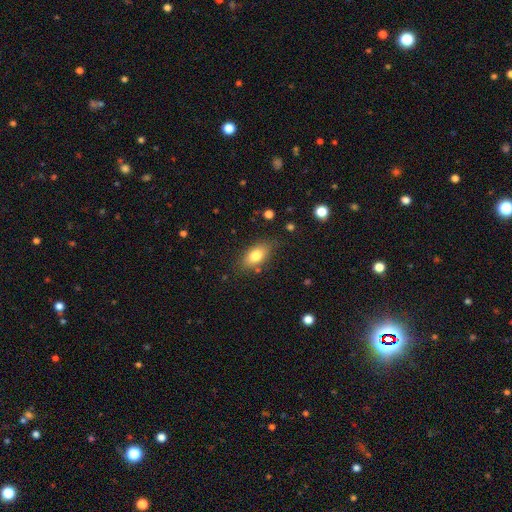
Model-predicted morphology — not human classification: Smooth or featured? Predicted: smooth (p=0.80). How rounded? Predicted: in between (p=0.88). Merging? Predicted: none (p=0.79).